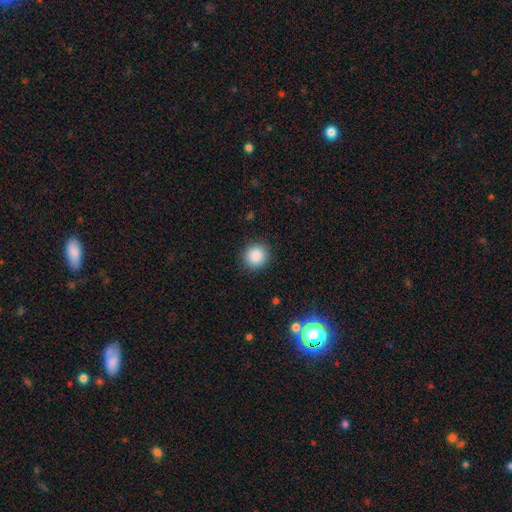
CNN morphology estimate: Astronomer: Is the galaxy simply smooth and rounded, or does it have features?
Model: smooth — 88%.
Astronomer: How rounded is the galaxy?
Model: round — 92%.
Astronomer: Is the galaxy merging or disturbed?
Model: none — 90%.